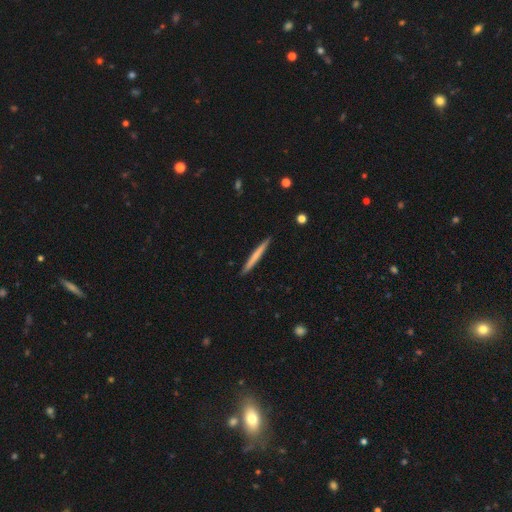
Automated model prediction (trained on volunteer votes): A smooth galaxy with no disk features (61%) that is cigar-shaped (97%). Merging: none (92%).